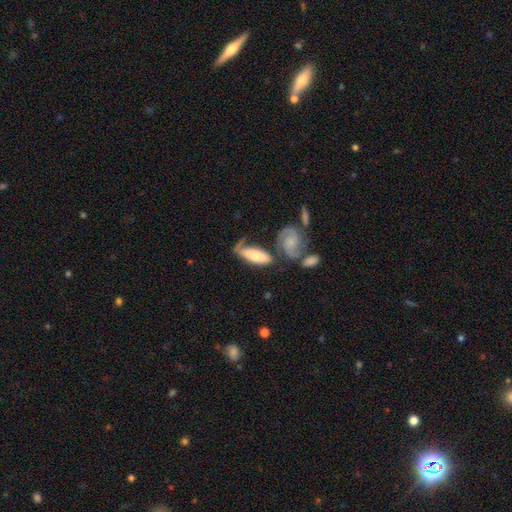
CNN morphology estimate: Smooth or featured?
  - smooth: 59% *
  - featured or disk: 35%
  - star or artifact: 6%
How rounded?
  - in between: 65% *
  - cigar-shaped: 33%
  - round: 2%
Merging?
  - none: 39% *
  - minor disturbance: 24%
  - merger: 20%
  - major disturbance: 17%